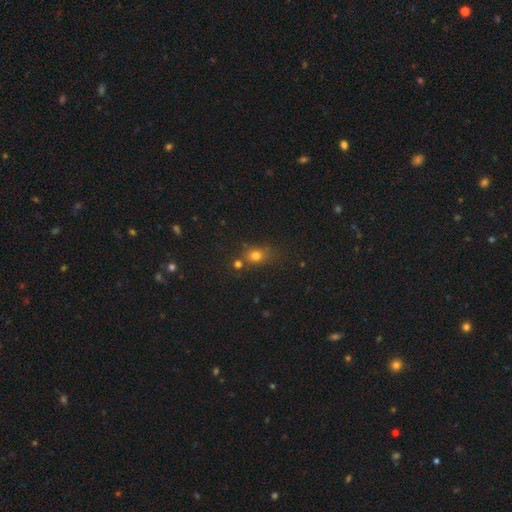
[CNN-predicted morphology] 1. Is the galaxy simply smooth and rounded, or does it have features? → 72% smooth, 19% star or artifact, 9% featured or disk.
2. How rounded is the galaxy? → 58% round, 40% in between, 3% cigar-shaped.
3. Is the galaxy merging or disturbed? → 60% none, 18% merger, 16% minor disturbance, 6% major disturbance.